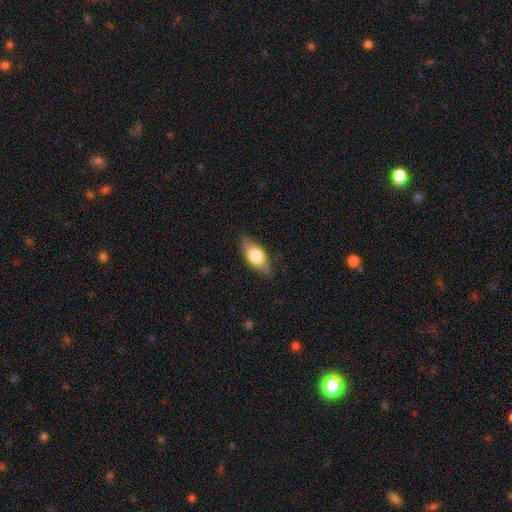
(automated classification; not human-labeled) Smooth or featured: smooth — 72% (featured or disk — 21%)
How rounded: in between — 85% (cigar-shaped — 11%)
Merging: none — 83% (minor disturbance — 14%)